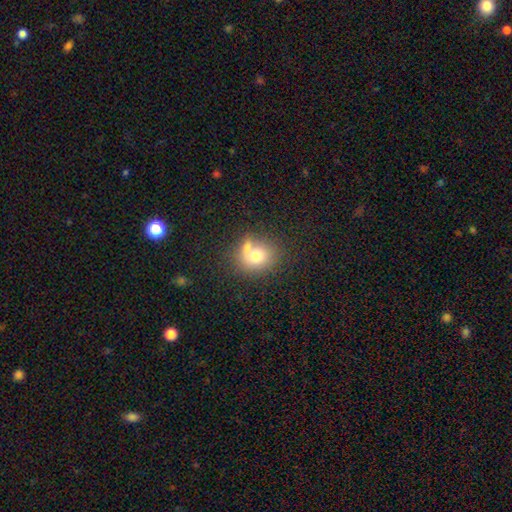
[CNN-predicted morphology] Smooth or featured: smooth — 72% (featured or disk — 17%)
How rounded: round — 64% (in between — 35%)
Merging: none — 47% (merger — 33%)